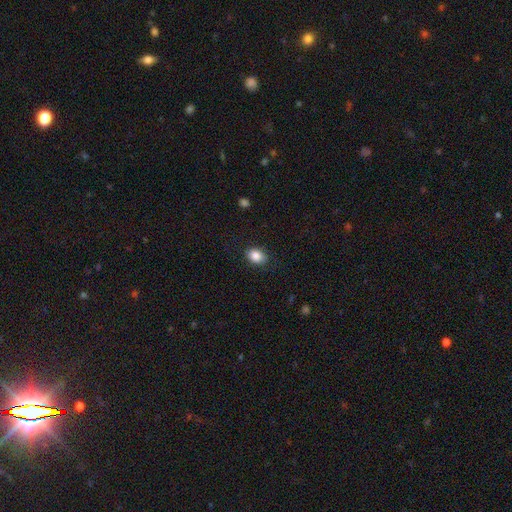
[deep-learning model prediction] smooth 87%, star or artifact 8%, featured or disk 5%. Down the decision tree: how rounded — in between (67%); merging — none (84%).